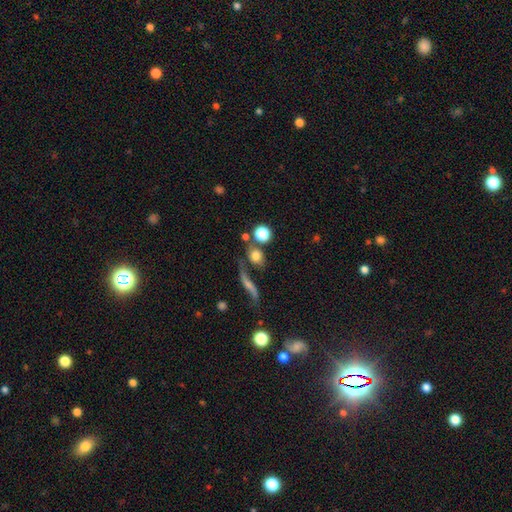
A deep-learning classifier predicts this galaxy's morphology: Smooth or featured: smooth — 71% (featured or disk — 17%)
How rounded: round — 72% (in between — 24%)
Merging: none — 49% (merger — 29%)